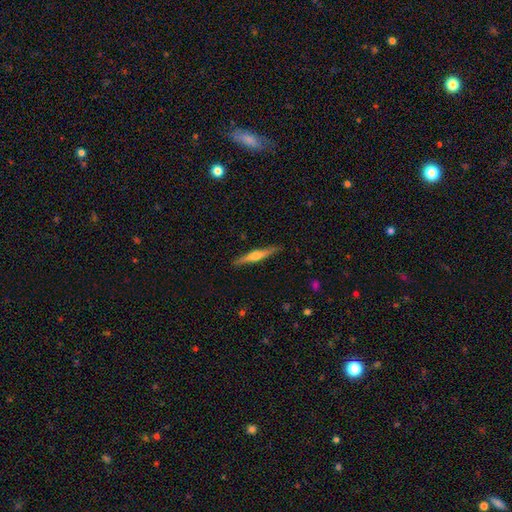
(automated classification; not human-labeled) Smooth or featured? Predicted: featured or disk (p=0.64). Edge-on disk? Predicted: yes (p=0.97). Edge-on bulge? Predicted: rounded (p=0.90). Merging? Predicted: none (p=0.89).